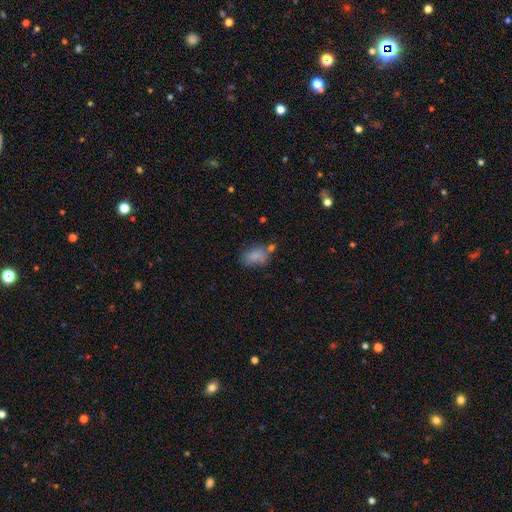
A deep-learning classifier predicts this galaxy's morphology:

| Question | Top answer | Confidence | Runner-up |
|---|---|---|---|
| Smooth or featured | smooth | 78% | featured or disk (12%) |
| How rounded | in between | 83% | round (15%) |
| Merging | none | 50% | minor disturbance (22%) |